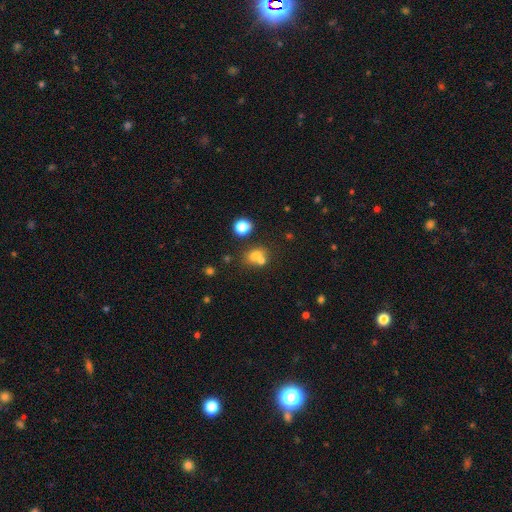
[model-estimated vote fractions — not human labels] This is likely a smooth galaxy (69%). How rounded: possibly round (58%). Merging: marginally merger (44%).